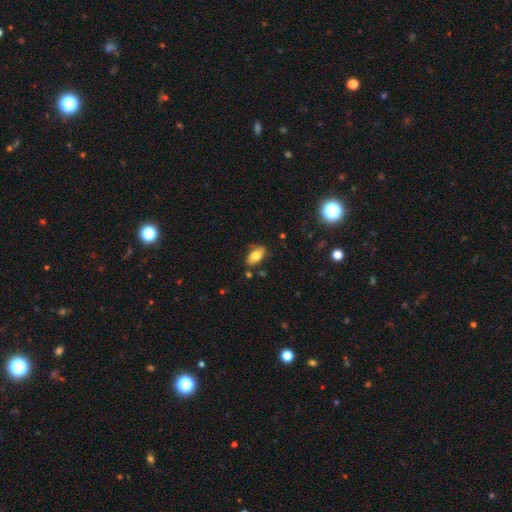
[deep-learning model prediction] A smooth galaxy with no disk features (80%) that is in between round and cigar-shaped (91%). Merging: none (80%).